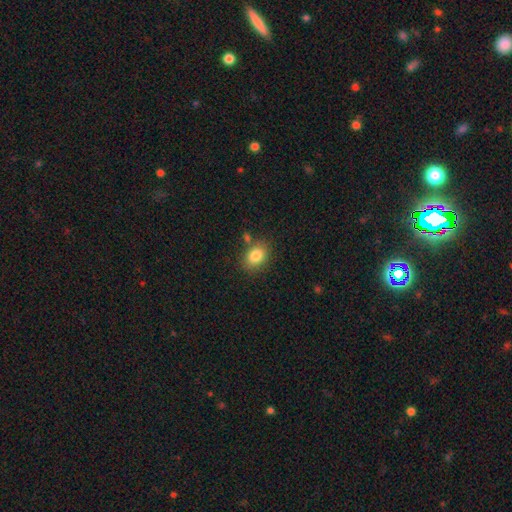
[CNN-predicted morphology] smooth_or_featured: smooth (p=0.83) [alt: star or artifact p=0.09]
how_rounded: in between (p=0.68) [alt: round p=0.31]
merging: none (p=0.77) [alt: minor disturbance p=0.13]